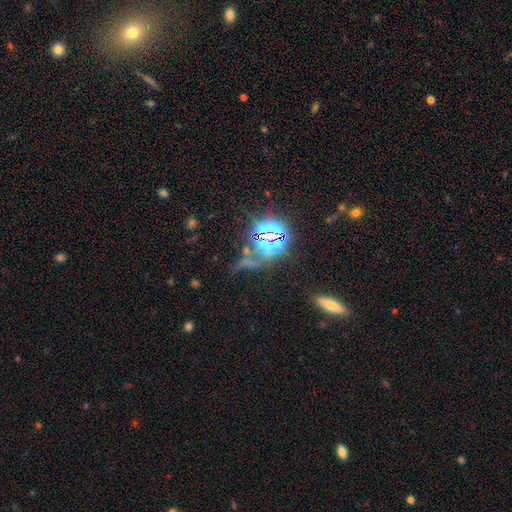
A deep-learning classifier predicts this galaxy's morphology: Smooth or featured?
  - star or artifact: 67% *
  - smooth: 21%
  - featured or disk: 11%